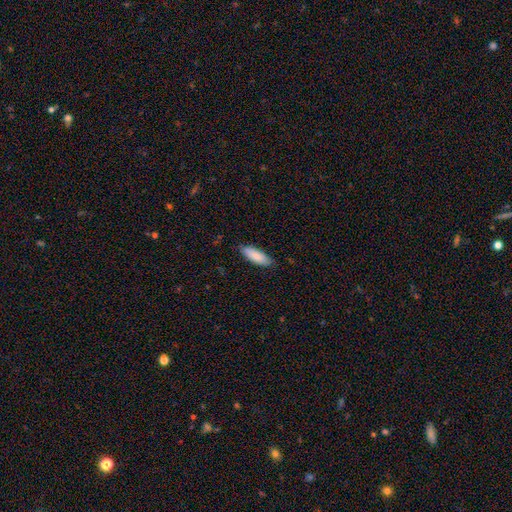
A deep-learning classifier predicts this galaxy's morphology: This is clearly a smooth galaxy (86%). How rounded: likely in between (61%). Merging: clearly none (85%).